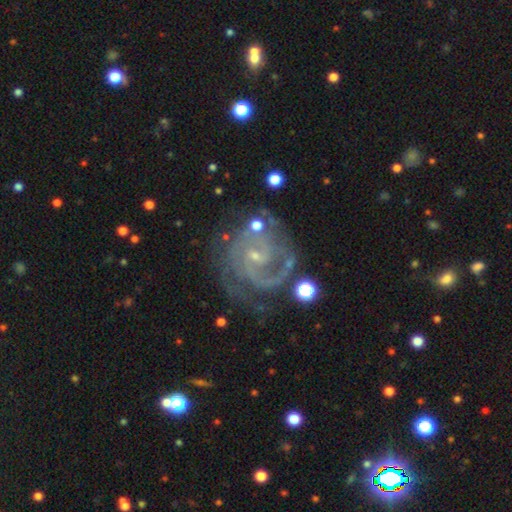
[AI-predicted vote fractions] smooth-or-featured: featured or disk: 89% | star or artifact: 7% | smooth: 5%
  disk-edge-on: no: 98% | yes: 2%
    bar: no: 47% | weak: 42% | strong: 11%
    has-spiral-arms: yes: 97% | no: 3%
      spiral-winding: tight: 57% | medium: 36% | loose: 7%
      spiral-arm-count: 2: 46% | 3: 20% | can't tell: 17% | 1: 6% | 4: 6% | more than 4: 5%
    bulge-size: small: 80% | moderate: 13% | none: 5% | large: 1% | dominant: 1%
  merging: none: 64% | minor disturbance: 19% | major disturbance: 13% | merger: 4%